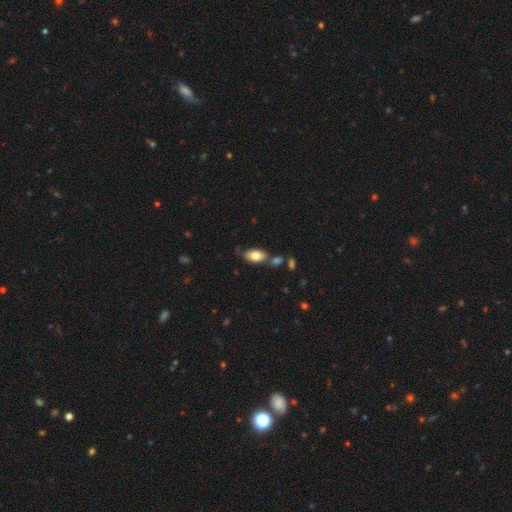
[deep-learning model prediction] Morphology: type=smooth (79%); roundness=in between (92%); merging=none (64%).